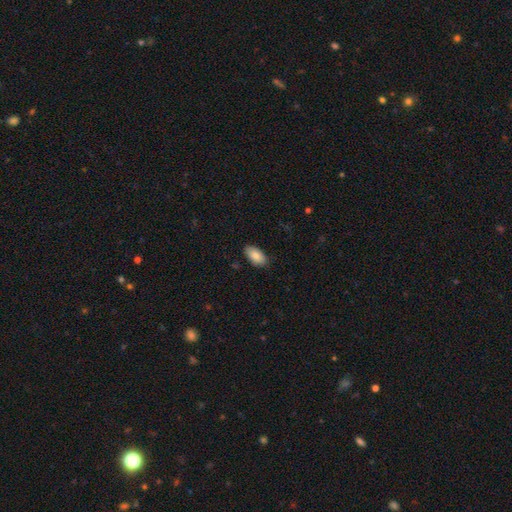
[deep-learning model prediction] Smooth or featured?
  - smooth: 86% *
  - featured or disk: 8%
  - star or artifact: 6%
How rounded?
  - in between: 94% *
  - cigar-shaped: 3%
  - round: 3%
Merging?
  - none: 86% *
  - minor disturbance: 11%
  - major disturbance: 2%
  - merger: 1%